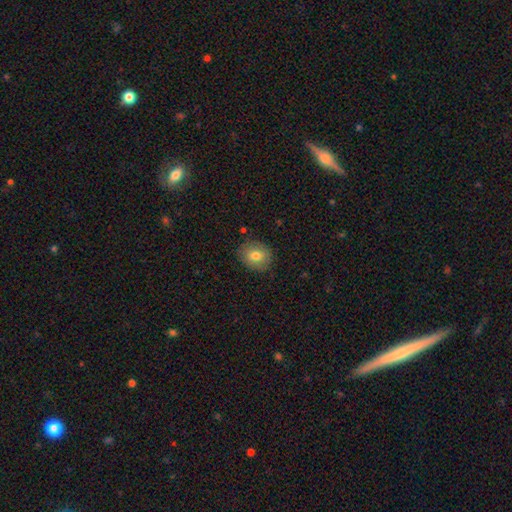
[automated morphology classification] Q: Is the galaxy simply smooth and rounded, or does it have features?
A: smooth — 77%.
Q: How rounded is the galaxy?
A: round — 67%.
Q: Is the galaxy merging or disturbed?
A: none — 85%.